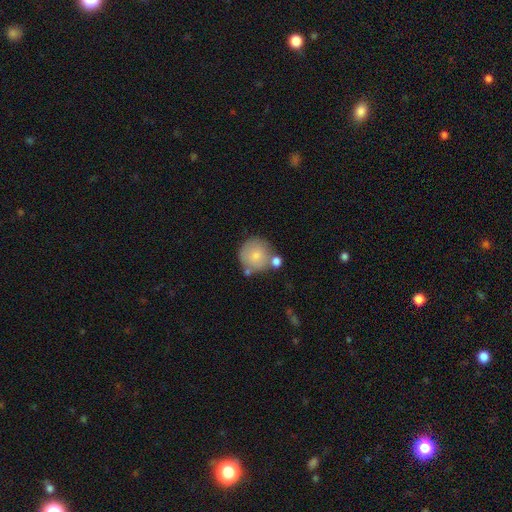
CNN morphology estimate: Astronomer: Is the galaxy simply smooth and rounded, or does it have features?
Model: smooth — 78%.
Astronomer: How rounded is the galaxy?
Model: round — 93%.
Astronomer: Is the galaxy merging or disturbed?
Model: none — 61%.